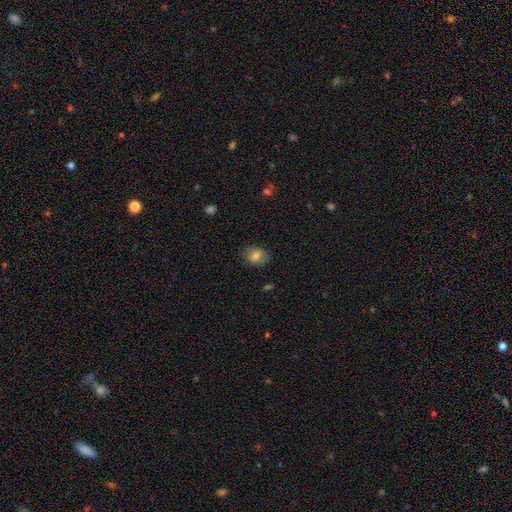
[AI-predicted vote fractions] A smooth galaxy with no disk features (77%) that is in between round and cigar-shaped (71%).

Vote fractions:
- Smooth or featured? smooth: 77% / featured or disk: 13% / star or artifact: 10%
- How rounded? in between: 71% / round: 27% / cigar-shaped: 1%
- Merging? none: 83% / minor disturbance: 13% / major disturbance: 3% / merger: 1%